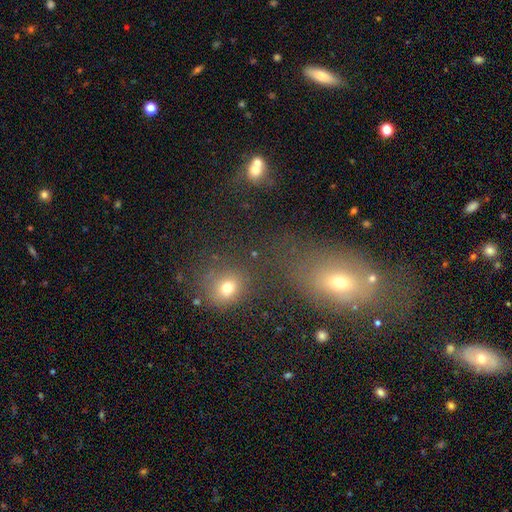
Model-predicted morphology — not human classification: smooth-or-featured: smooth: 58% | star or artifact: 28% | featured or disk: 14%
  how-rounded: round: 60% | in between: 37% | cigar-shaped: 3%
  merging: none: 57% | merger: 23% | minor disturbance: 13% | major disturbance: 8%